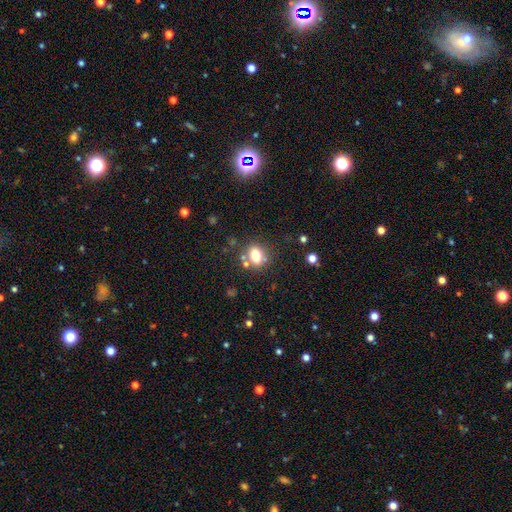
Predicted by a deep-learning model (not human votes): A smooth galaxy with no disk features (75%) that is in between round and cigar-shaped (62%). Merging: none (71%).